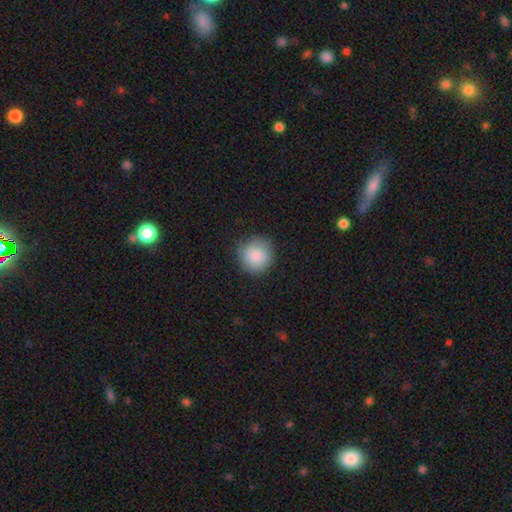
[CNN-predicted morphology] smooth 85%, featured or disk 8%, star or artifact 7%. Down the decision tree: how rounded — round (93%); merging — none (80%).